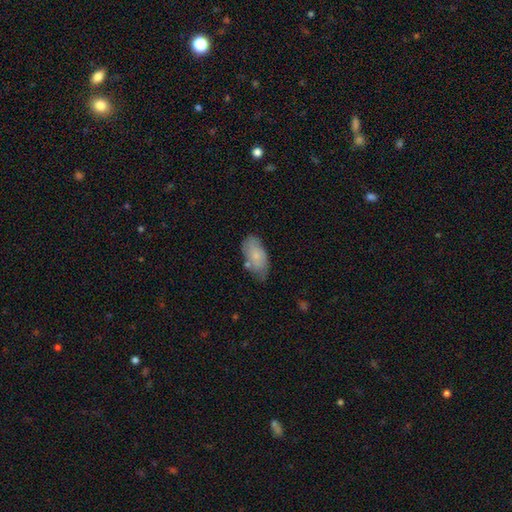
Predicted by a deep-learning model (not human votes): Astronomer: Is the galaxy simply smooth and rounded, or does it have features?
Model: smooth — 73%.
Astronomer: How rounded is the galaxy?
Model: in between — 92%.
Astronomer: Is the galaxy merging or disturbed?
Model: none — 61%.